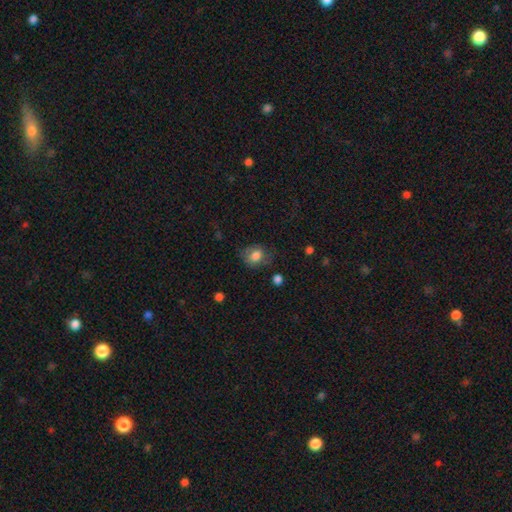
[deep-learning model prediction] Smooth or featured?
  - smooth: 79% *
  - featured or disk: 13%
  - star or artifact: 9%
How rounded?
  - round: 51% *
  - in between: 48%
  - cigar-shaped: 1%
Merging?
  - none: 61% *
  - minor disturbance: 26%
  - major disturbance: 11%
  - merger: 2%